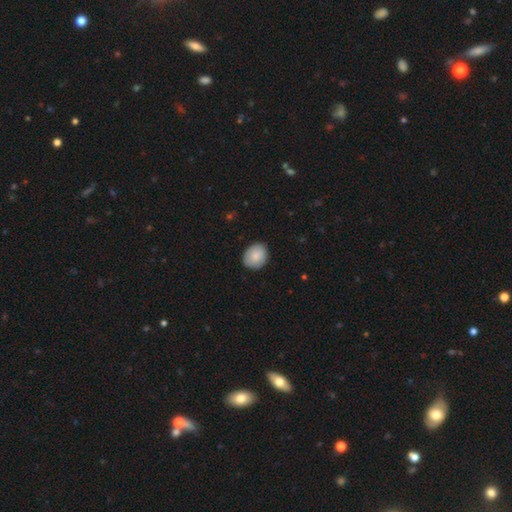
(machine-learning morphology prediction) A smooth galaxy with no disk features (84%) that is round (59%). Merging: none (84%).